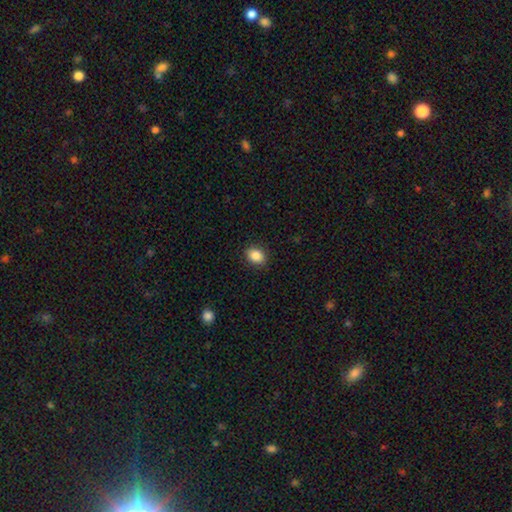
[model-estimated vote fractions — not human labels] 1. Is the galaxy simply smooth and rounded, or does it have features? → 87% smooth, 9% star or artifact, 4% featured or disk.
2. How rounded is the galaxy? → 57% in between, 42% round, 1% cigar-shaped.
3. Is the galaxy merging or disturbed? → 89% none, 8% minor disturbance, 2% major disturbance, 1% merger.